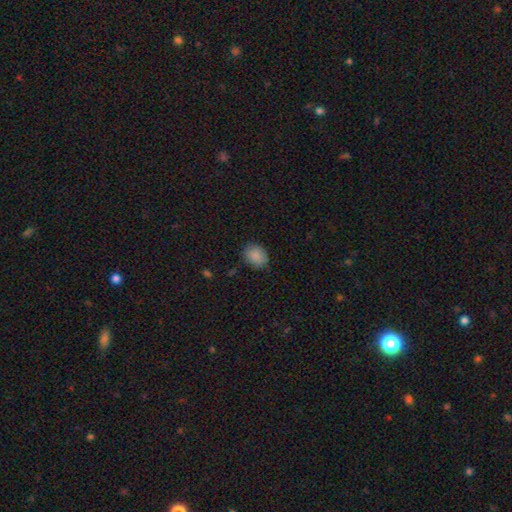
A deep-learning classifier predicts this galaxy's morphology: Smooth or featured: smooth — 87% (star or artifact — 8%)
How rounded: in between — 54% (round — 45%)
Merging: none — 77% (minor disturbance — 18%)